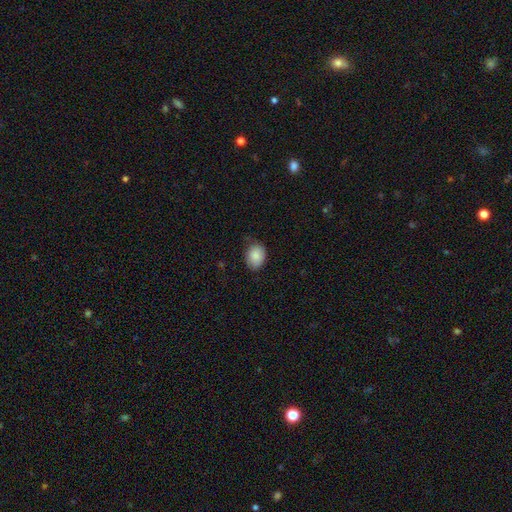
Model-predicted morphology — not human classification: A smooth galaxy with no disk features (87%) that is in between round and cigar-shaped (61%).

Vote fractions:
- Smooth or featured? smooth: 87% / star or artifact: 7% / featured or disk: 6%
- How rounded? in between: 61% / round: 38% / cigar-shaped: 1%
- Merging? none: 70% / minor disturbance: 24% / major disturbance: 4% / merger: 1%